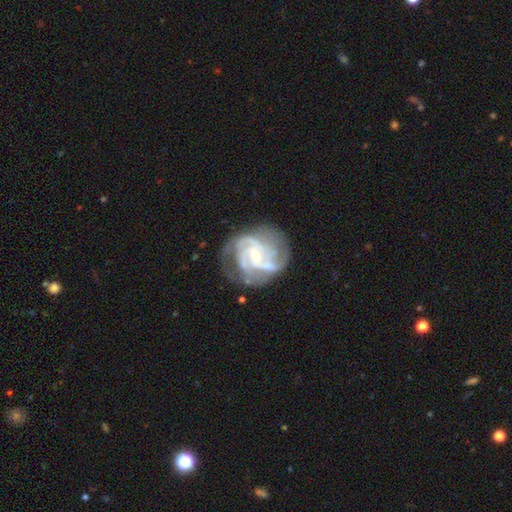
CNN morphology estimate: featured or disk 88%, smooth 6%, star or artifact 6%. Down the decision tree: edge-on disk — no (98%); bar — no (55%); spiral arms — yes (97%); spiral arm count — 3 (41%); spiral winding — tight (46%); bulge size — small (73%); merging — none (64%).